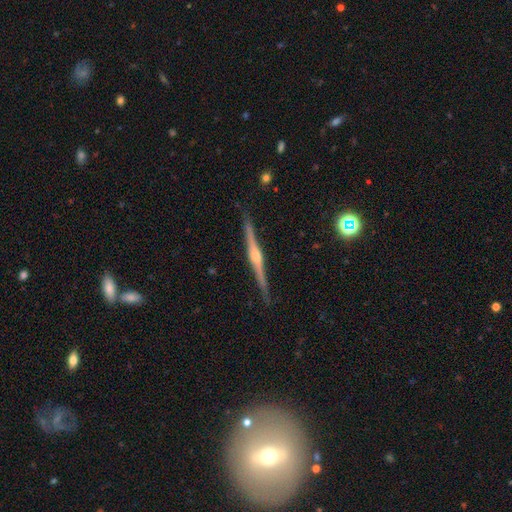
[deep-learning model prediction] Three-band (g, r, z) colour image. It shows a featured or disk galaxy (85%) viewed edge-on (99%) with a rounded central bulge (84%). Merging: none (91%).